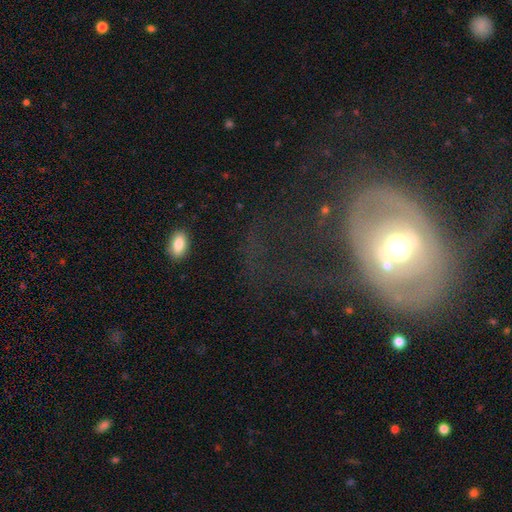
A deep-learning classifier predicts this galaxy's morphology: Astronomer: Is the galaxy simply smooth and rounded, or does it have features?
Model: featured or disk — 64%.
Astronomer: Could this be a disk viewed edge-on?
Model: no — 93%.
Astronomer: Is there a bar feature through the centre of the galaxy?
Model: no — 56%.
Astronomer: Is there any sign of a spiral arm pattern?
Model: no — 53% (runner-up: yes, 47%).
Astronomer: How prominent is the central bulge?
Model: moderate — 68%.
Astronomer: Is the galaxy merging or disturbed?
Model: none — 47% (runner-up: major disturbance, 30%).